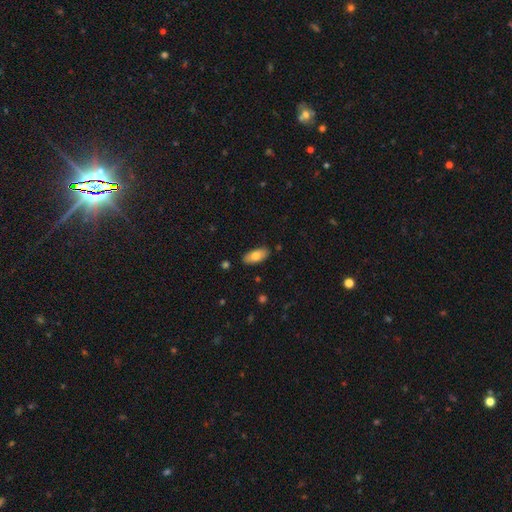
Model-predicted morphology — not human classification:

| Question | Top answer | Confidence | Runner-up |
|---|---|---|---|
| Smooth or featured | smooth | 78% | featured or disk (16%) |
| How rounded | in between | 87% | cigar-shaped (10%) |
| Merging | none | 86% | minor disturbance (10%) |